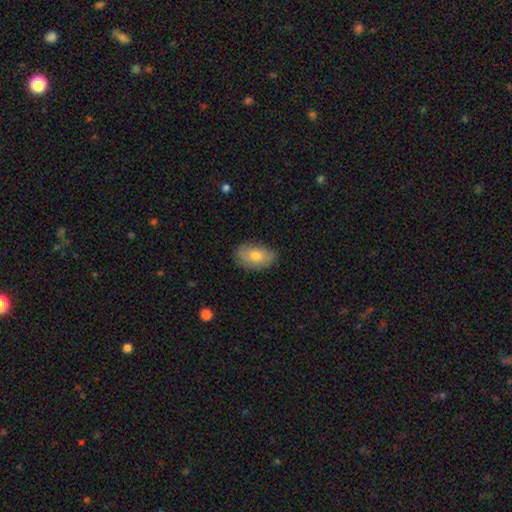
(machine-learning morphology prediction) Smooth or featured? smooth (73%)
How rounded? in between (91%)
Merging? none (80%)